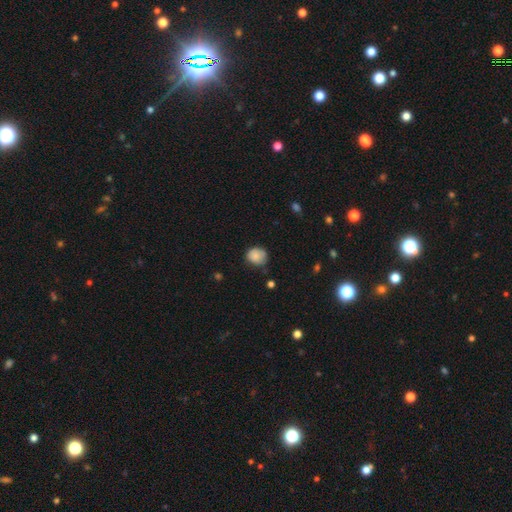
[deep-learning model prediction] Overall: smooth (83%). How rounded: round (71%). Merging: none (59%; minor disturbance 32%).